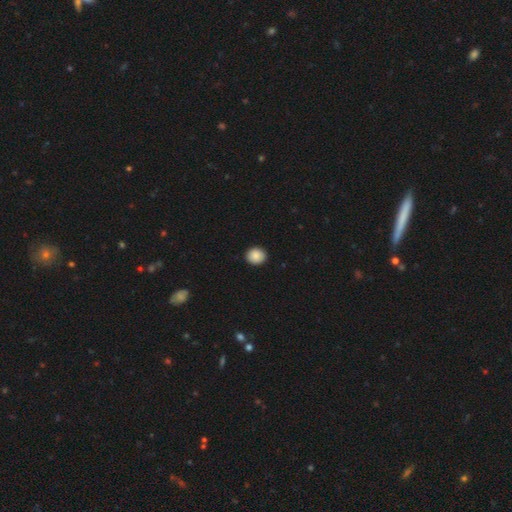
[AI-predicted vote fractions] Smooth or featured? Predicted: smooth (p=0.88). How rounded? Predicted: round (p=0.79). Merging? Predicted: none (p=0.92).